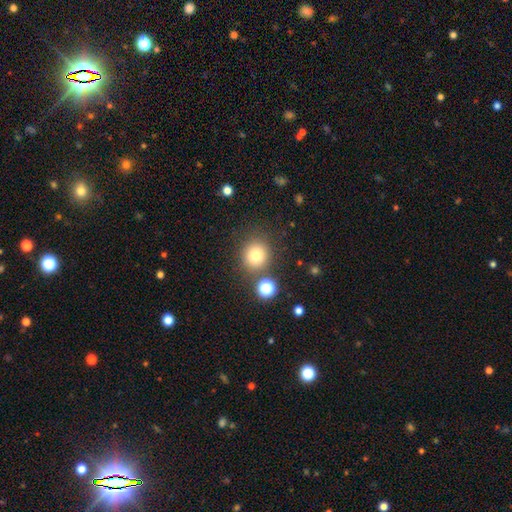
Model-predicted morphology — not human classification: Smooth or featured: smooth — 78% (star or artifact — 14%)
How rounded: round — 90% (in between — 9%)
Merging: none — 80% (minor disturbance — 9%)